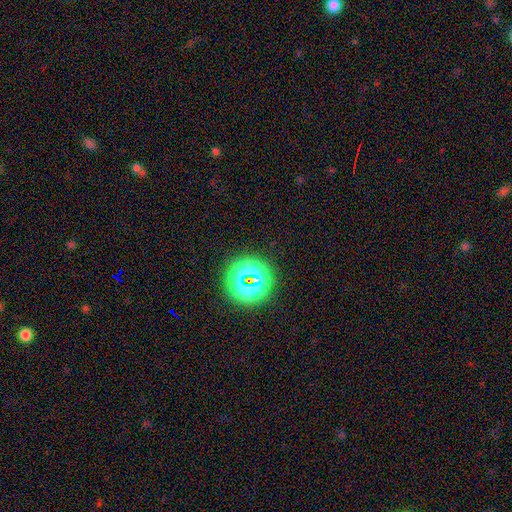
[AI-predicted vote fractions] smooth-or-featured: star or artifact: 80% | smooth: 14% | featured or disk: 6%